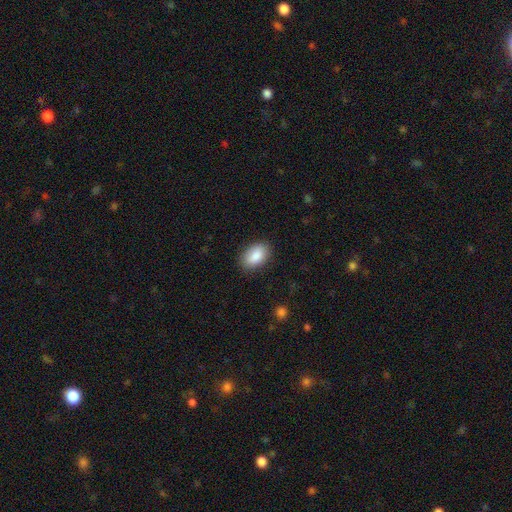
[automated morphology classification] A smooth galaxy with no disk features (87%) that is in between round and cigar-shaped (91%). Merging: none (86%).